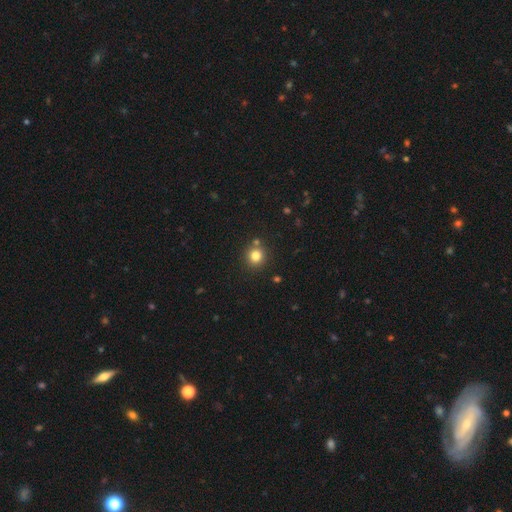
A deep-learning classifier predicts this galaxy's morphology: Smooth or featured? smooth (81%)
How rounded? round (91%)
Merging? none (81%)